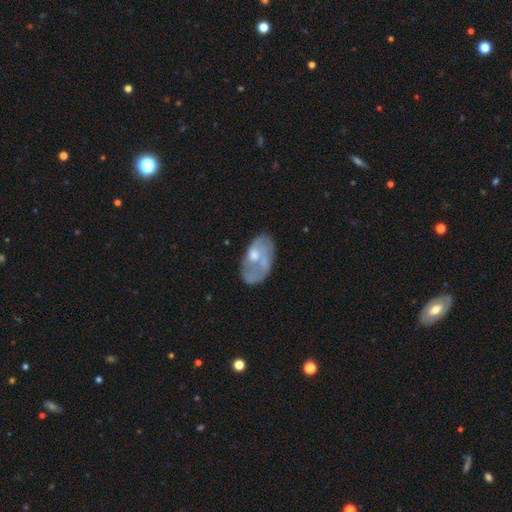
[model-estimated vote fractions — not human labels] This appears to be a featured or disk galaxy (51%). Merging: none (38%).